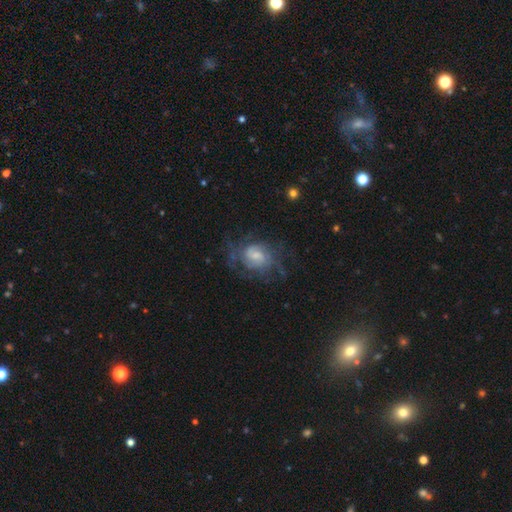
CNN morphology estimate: Smooth or featured?
  - featured or disk: 68% *
  - smooth: 23%
  - star or artifact: 9%
Edge-on disk?
  - no: 97% *
  - yes: 3%
Bar?
  - weak: 47% *
  - no: 44%
  - strong: 9%
Spiral arms?
  - yes: 82% *
  - no: 18%
Spiral winding?
  - medium: 41% *
  - tight: 39%
  - loose: 19%
Spiral arm count?
  - can't tell: 46% *
  - 2: 26%
  - 3: 12%
  - 4: 6%
  - 1: 6%
  - more than 4: 4%
Bulge size?
  - moderate: 39% *
  - small: 37%
  - large: 11%
  - none: 11%
  - dominant: 2%
Merging?
  - none: 54% *
  - major disturbance: 23%
  - minor disturbance: 21%
  - merger: 2%